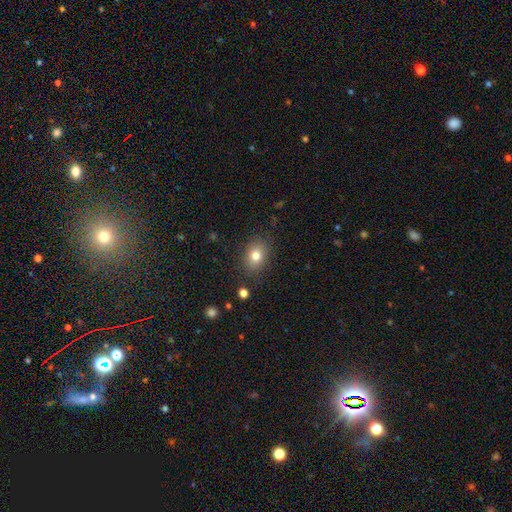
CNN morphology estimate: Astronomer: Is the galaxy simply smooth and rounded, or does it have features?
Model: smooth — 78%.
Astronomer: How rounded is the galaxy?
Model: in between — 64%.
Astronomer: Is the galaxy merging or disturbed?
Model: none — 85%.